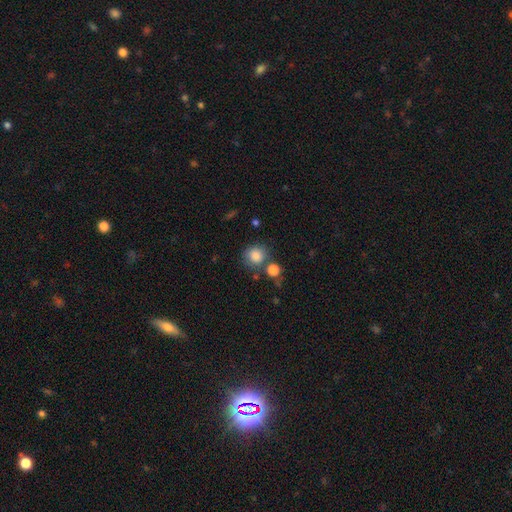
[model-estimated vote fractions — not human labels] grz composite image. It shows a smooth galaxy with no disk features (84%) that is round (84%). Merging: none (68%).